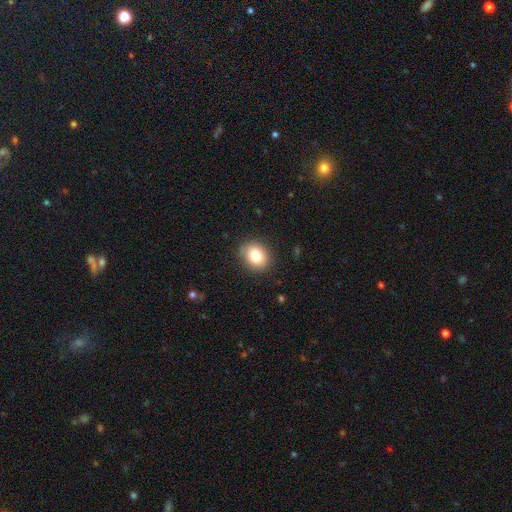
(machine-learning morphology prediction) Q: Smooth or featured?
A: smooth (82%); runner-up: star or artifact (9%)
Q: How rounded?
A: round (52%); runner-up: in between (47%)
Q: Merging?
A: none (86%); runner-up: minor disturbance (10%)